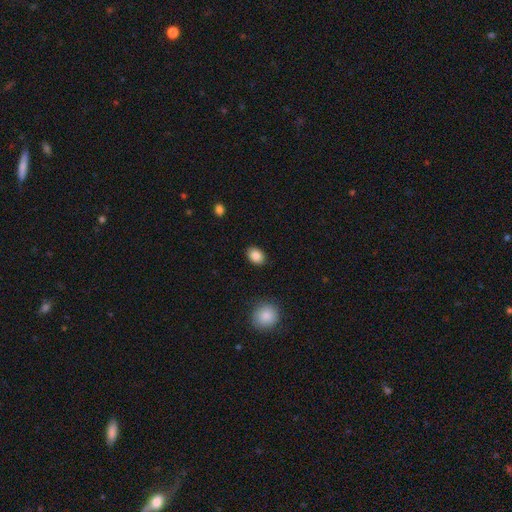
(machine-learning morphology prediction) A smooth galaxy with no disk features (85%) that is in between round and cigar-shaped (72%).

Vote fractions:
- Smooth or featured? smooth: 85% / star or artifact: 8% / featured or disk: 6%
- How rounded? in between: 72% / round: 27% / cigar-shaped: 1%
- Merging? none: 89% / minor disturbance: 8% / major disturbance: 2% / merger: 1%